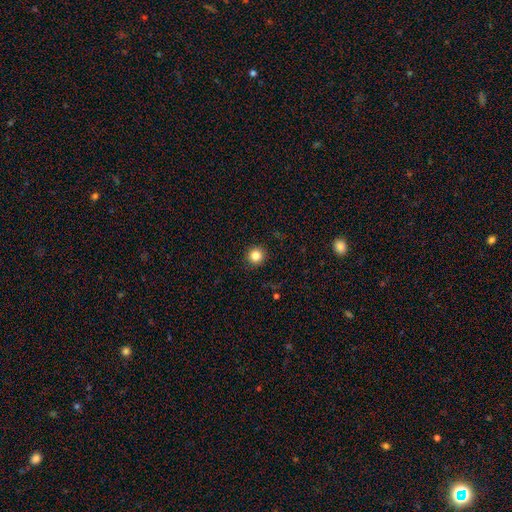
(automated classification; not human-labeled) Smooth or featured: smooth — 84% (star or artifact — 11%)
How rounded: round — 95% (in between — 4%)
Merging: none — 93% (minor disturbance — 5%)